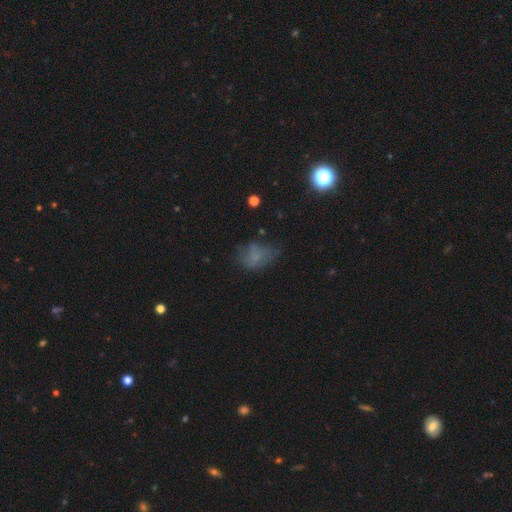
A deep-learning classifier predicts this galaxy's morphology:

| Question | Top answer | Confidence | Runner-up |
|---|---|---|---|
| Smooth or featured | smooth | 59% | featured or disk (23%) |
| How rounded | in between | 72% | round (27%) |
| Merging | none | 43% | minor disturbance (31%) |